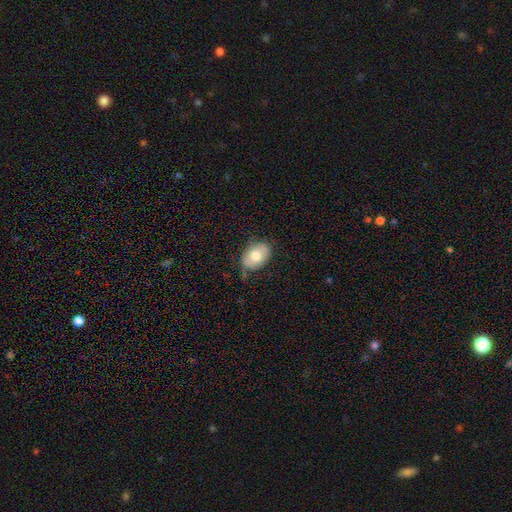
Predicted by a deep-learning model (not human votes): A smooth galaxy with no disk features (74%) that is in between round and cigar-shaped (80%). Merging: none (75%).